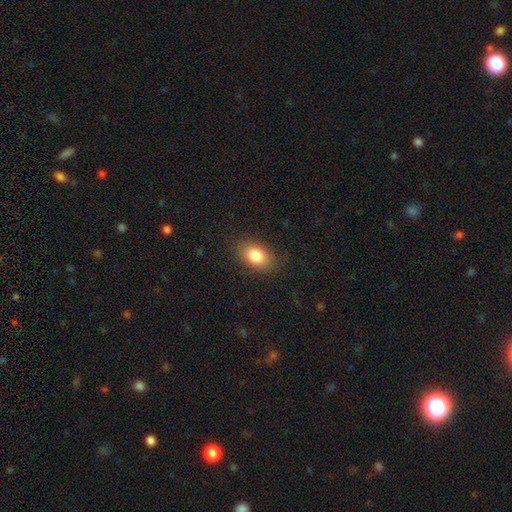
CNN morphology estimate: This is clearly a smooth galaxy (83%). How rounded: clearly in between (86%). Merging: clearly none (83%).